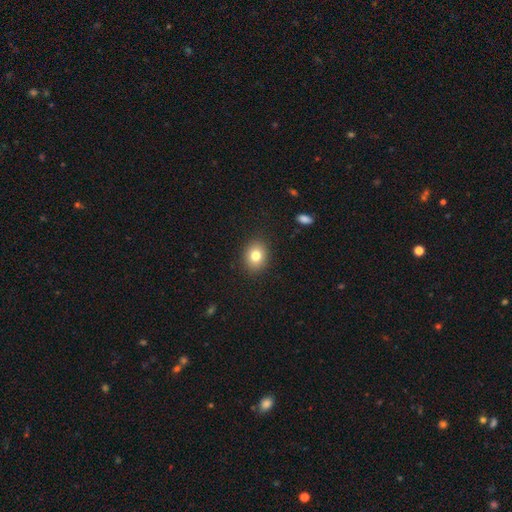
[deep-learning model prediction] Morphology: type=smooth (79%); roundness=round (62%); merging=none (89%).